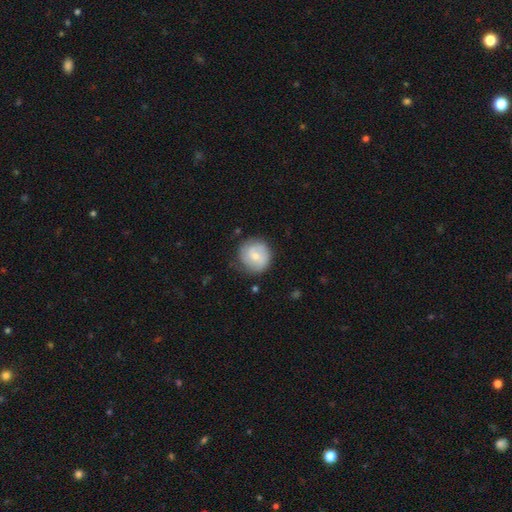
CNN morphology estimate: smooth-or-featured: smooth: 57% | featured or disk: 36% | star or artifact: 7%
  how-rounded: round: 92% | in between: 7% | cigar-shaped: 1%
  merging: none: 75% | minor disturbance: 18% | major disturbance: 5% | merger: 2%